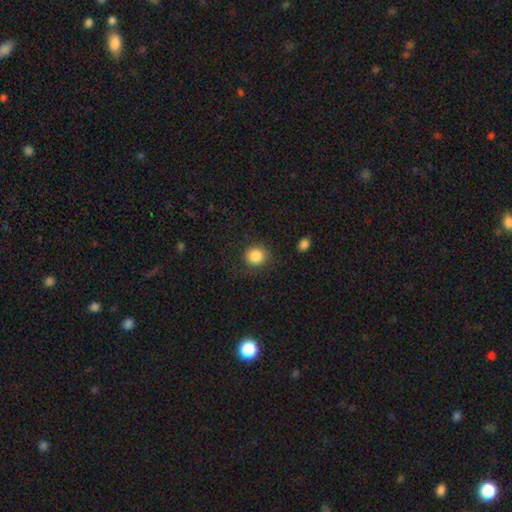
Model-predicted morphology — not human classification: smooth_or_featured: smooth (p=0.86) [alt: star or artifact p=0.09]
how_rounded: round (p=0.88) [alt: in between p=0.12]
merging: none (p=0.85) [alt: minor disturbance p=0.10]